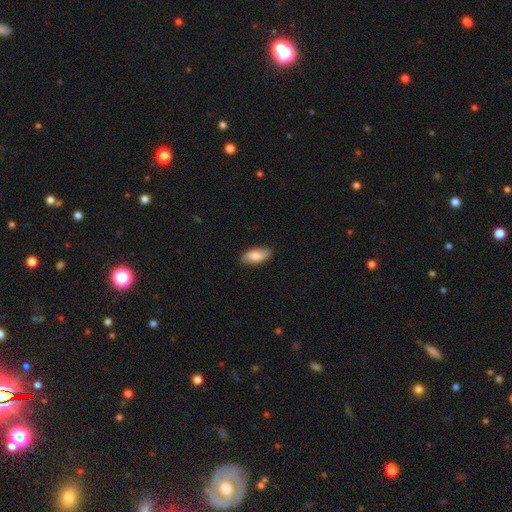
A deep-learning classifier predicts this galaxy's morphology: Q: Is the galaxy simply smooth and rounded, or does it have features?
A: smooth — 84%.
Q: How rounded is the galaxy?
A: in between — 91%.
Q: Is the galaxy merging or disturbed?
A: none — 86%.